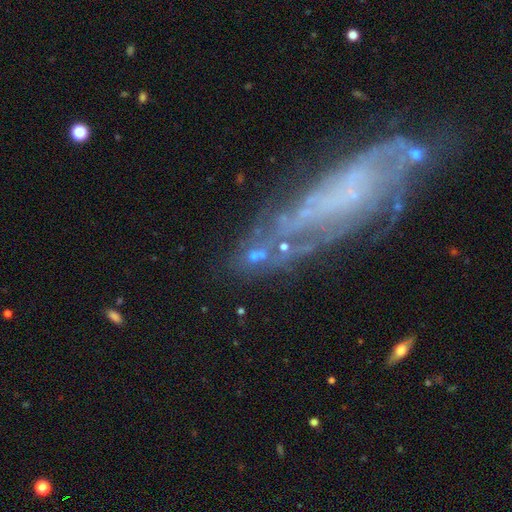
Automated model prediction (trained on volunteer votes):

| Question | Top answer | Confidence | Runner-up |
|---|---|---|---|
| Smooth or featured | featured or disk | 41% | star or artifact (32%) |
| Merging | none | 41% | merger (21%) |